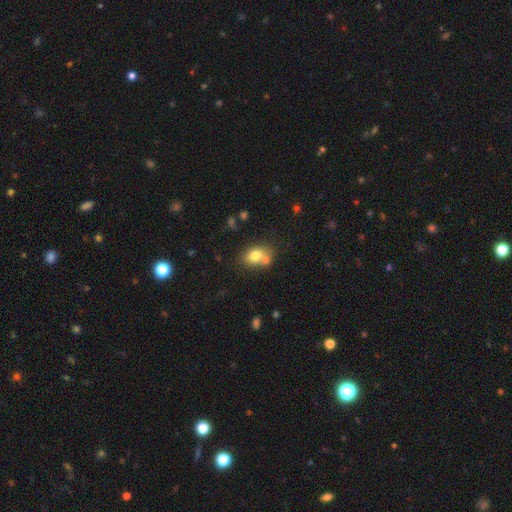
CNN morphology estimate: smooth-or-featured: smooth: 77% | featured or disk: 13% | star or artifact: 9%
  how-rounded: in between: 72% | round: 27% | cigar-shaped: 1%
  merging: none: 48% | merger: 32% | minor disturbance: 14% | major disturbance: 5%